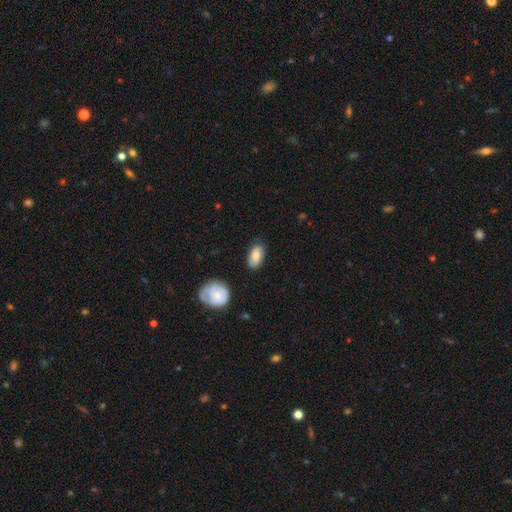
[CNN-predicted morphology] Overall: smooth (82%). How rounded: in between (91%). Merging: none (77%).